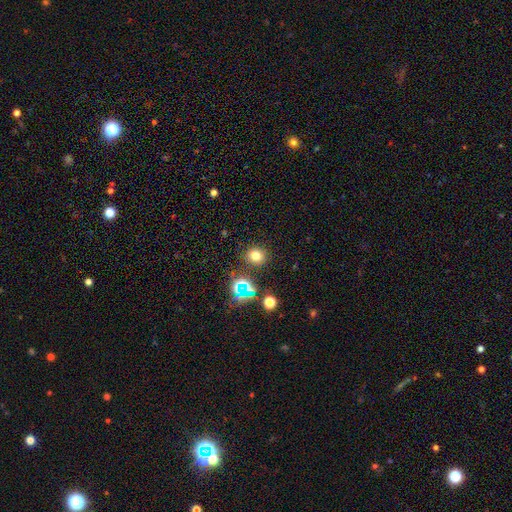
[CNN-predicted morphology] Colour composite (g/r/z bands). It shows a smooth galaxy with no disk features (70%) that is round (80%). Merging: none (85%).